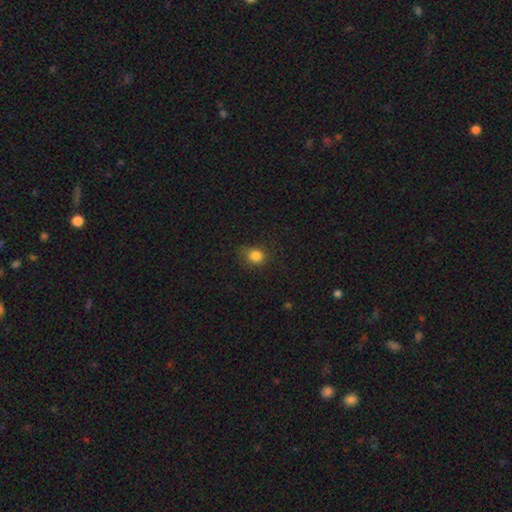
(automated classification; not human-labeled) The model was most divided on "how rounded": round: 71%, in between: 28%, cigar-shaped: 1%. More confident: smooth or featured — smooth (83%); merging — none (73%).